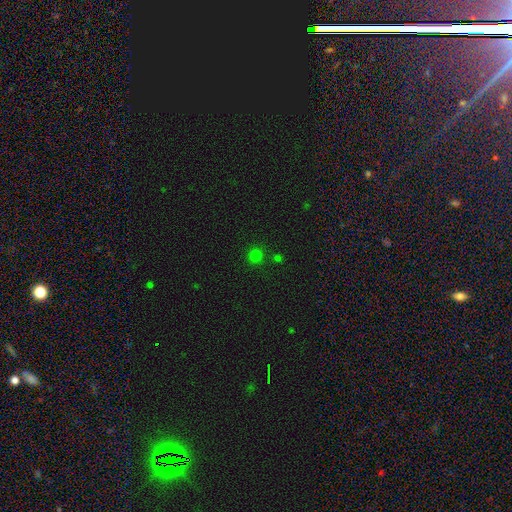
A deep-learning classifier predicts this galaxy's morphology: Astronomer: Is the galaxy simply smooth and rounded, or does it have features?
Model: smooth — 73%.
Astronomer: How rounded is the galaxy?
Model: round — 92%.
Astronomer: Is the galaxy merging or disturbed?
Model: none — 85%.